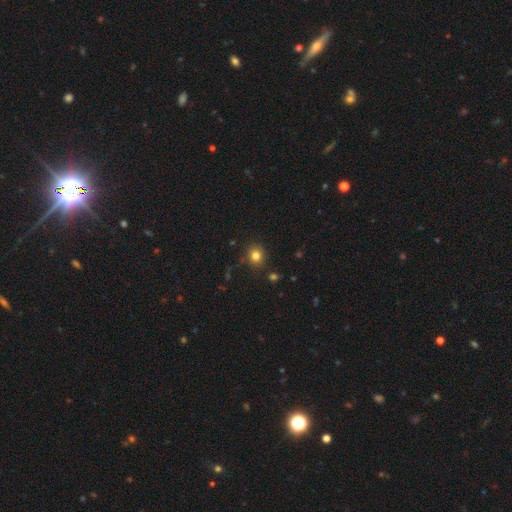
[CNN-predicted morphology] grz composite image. It shows a smooth galaxy with no disk features (81%) that is round (85%). Merging: none (87%).